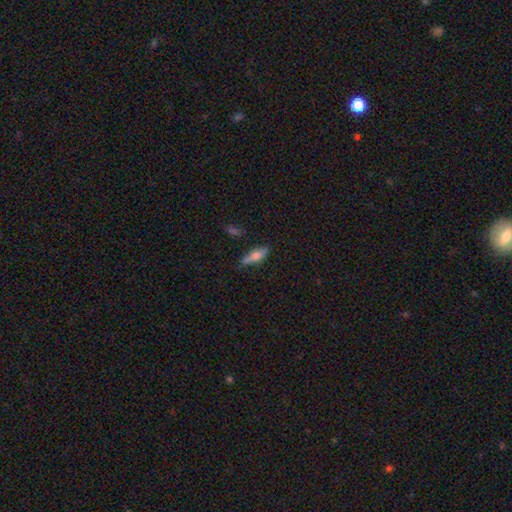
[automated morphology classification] Smooth or featured? smooth (61%)
How rounded? cigar-shaped (51%)
Merging? none (67%)